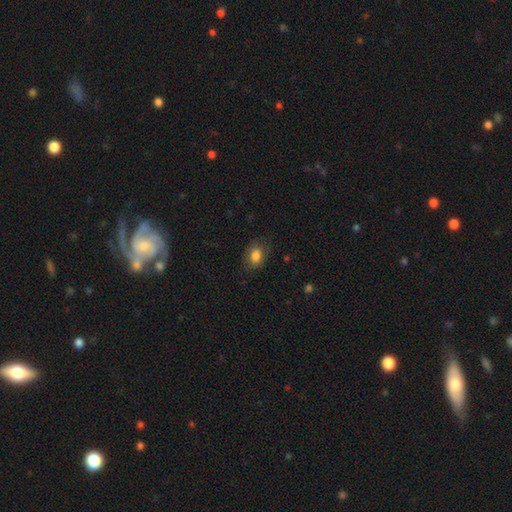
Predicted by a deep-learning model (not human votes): This is clearly a smooth galaxy (81%). How rounded: likely in between (76%). Merging: likely none (72%).